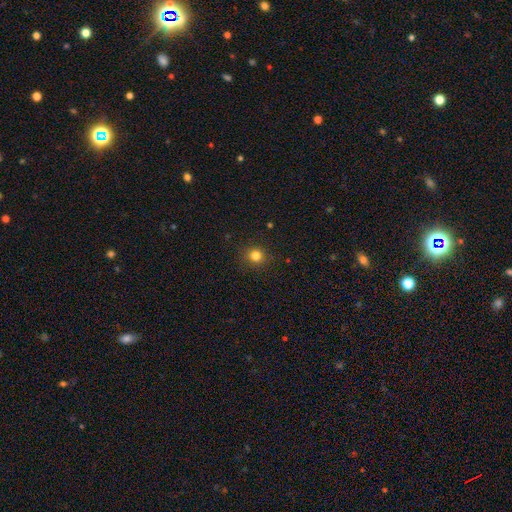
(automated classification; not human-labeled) Smooth or featured?
  - smooth: 81% *
  - star or artifact: 14%
  - featured or disk: 5%
How rounded?
  - round: 91% *
  - in between: 8%
  - cigar-shaped: 1%
Merging?
  - none: 90% *
  - minor disturbance: 7%
  - major disturbance: 2%
  - merger: 1%